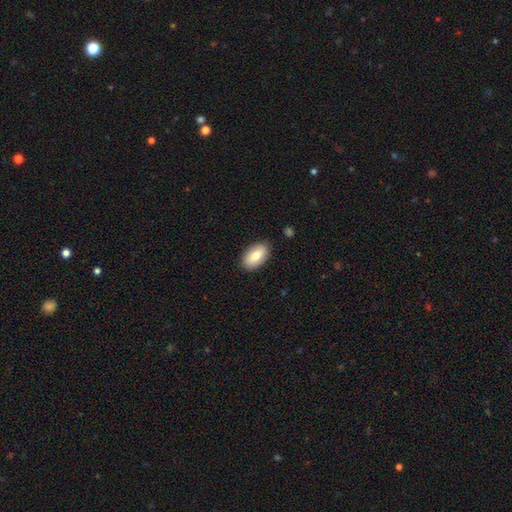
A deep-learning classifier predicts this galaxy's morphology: A smooth galaxy with no disk features (77%) that is in between round and cigar-shaped (94%). Merging: none (88%).